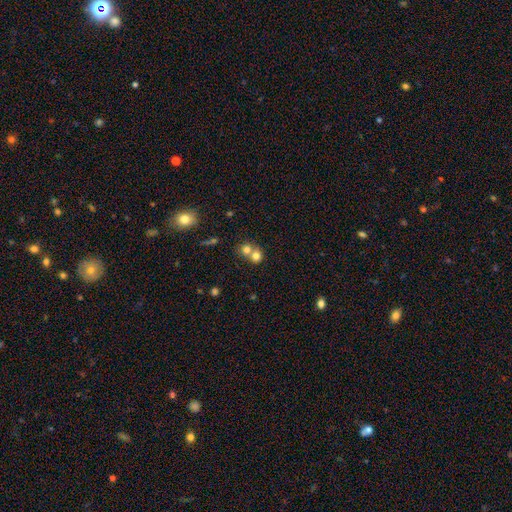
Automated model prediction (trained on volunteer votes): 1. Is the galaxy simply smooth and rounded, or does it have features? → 75% smooth, 14% featured or disk, 12% star or artifact.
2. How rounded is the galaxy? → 81% round, 18% in between, 1% cigar-shaped.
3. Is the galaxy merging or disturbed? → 58% merger, 35% none, 5% minor disturbance, 2% major disturbance.